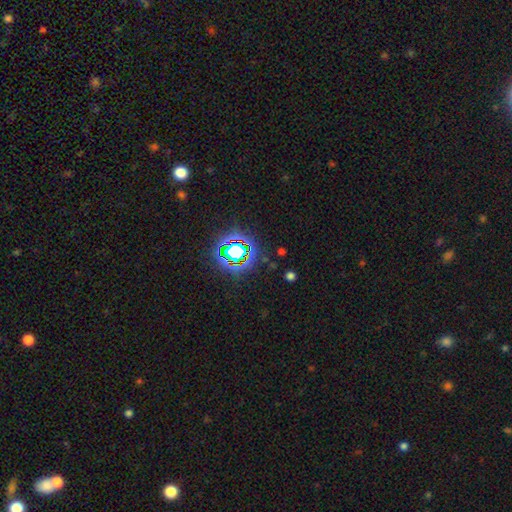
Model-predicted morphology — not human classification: This appears to be a star or artifact, not a galaxy (78%).